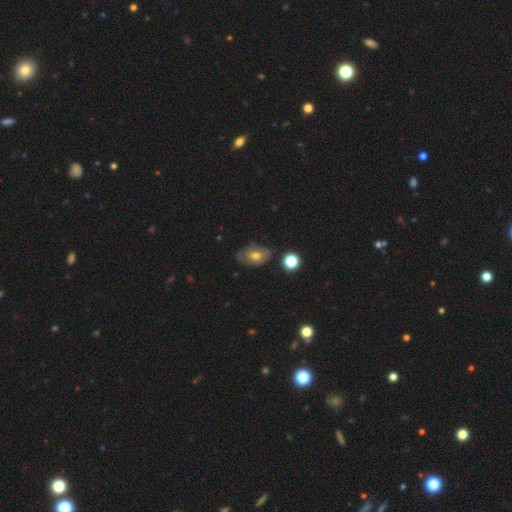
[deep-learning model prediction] The model was most divided on "smooth or featured": smooth: 59%, featured or disk: 30%, star or artifact: 11%. More confident: how rounded — in between (81%); merging — none (61%).